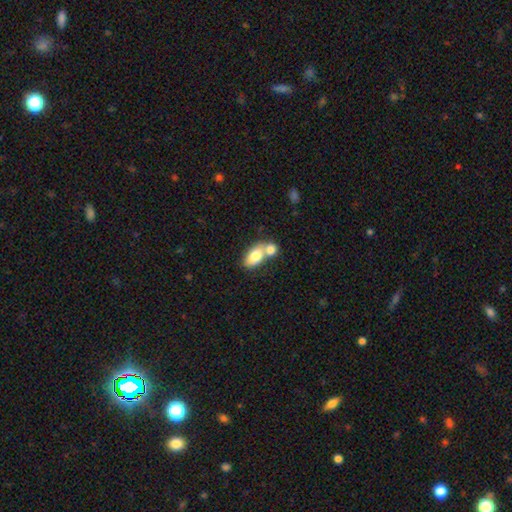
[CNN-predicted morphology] A smooth galaxy with no disk features (77%) that is in between round and cigar-shaped (87%).

Vote fractions:
- Smooth or featured? smooth: 77% / featured or disk: 16% / star or artifact: 7%
- How rounded? in between: 87% / round: 10% / cigar-shaped: 4%
- Merging? merger: 61% / none: 28% / minor disturbance: 8% / major disturbance: 3%